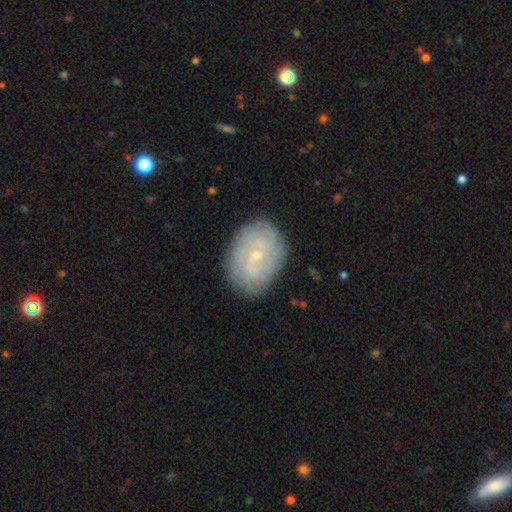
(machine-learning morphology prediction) Smooth or featured? featured or disk (64%)
Edge-on disk? no (96%)
Bar? no (58%)
Spiral arms? yes (83%)
Spiral winding? tight (54%)
Spiral arm count? can't tell (46%)
Bulge size? small (80%)
Merging? none (81%)